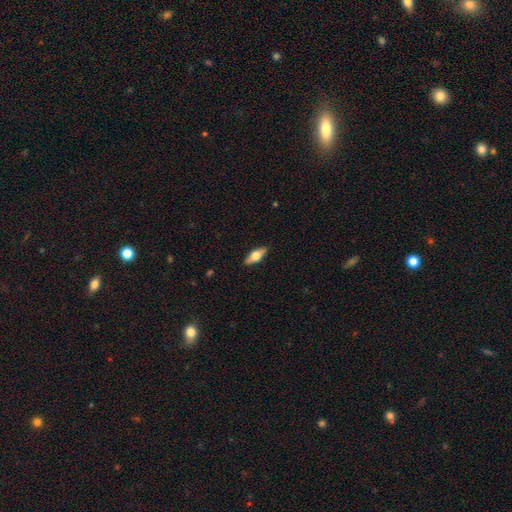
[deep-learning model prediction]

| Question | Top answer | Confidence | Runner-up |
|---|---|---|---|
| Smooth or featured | featured or disk | 50% | smooth (44%) |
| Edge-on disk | yes | 90% | no (10%) |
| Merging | none | 89% | minor disturbance (9%) |